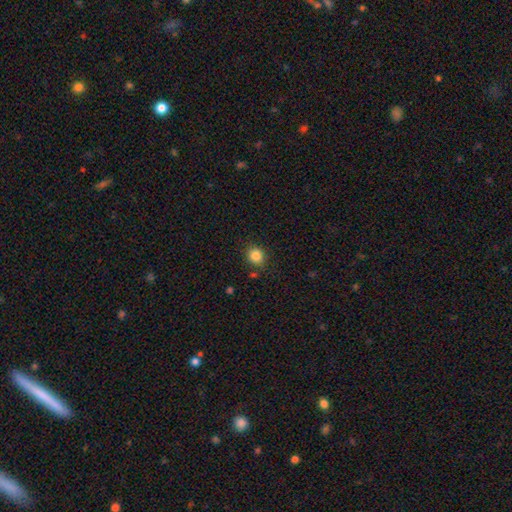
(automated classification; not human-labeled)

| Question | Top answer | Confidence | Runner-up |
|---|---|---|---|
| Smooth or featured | smooth | 85% | star or artifact (11%) |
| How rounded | round | 77% | in between (22%) |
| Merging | none | 85% | minor disturbance (9%) |